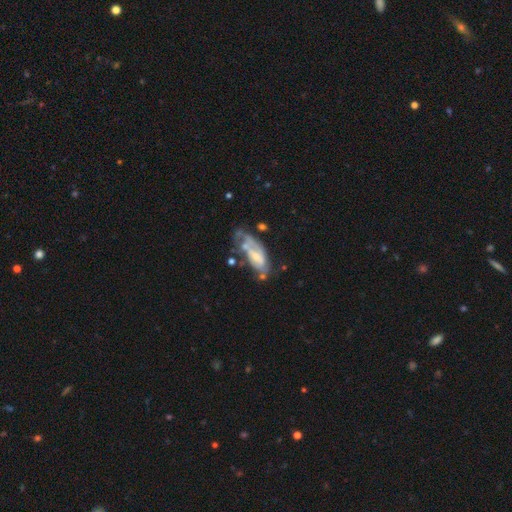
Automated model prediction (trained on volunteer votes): This appears to be a featured or disk galaxy (67%) with no bar (51%), spiral arms (66%) and a small central bulge (51%). Merging: none (31%).